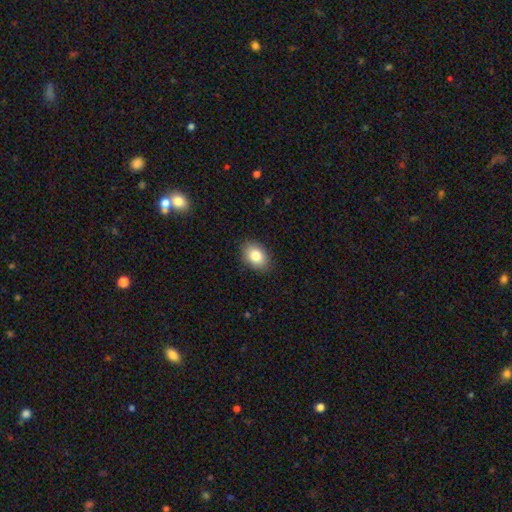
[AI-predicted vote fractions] smooth-or-featured: smooth: 83% | featured or disk: 9% | star or artifact: 8%
  how-rounded: in between: 78% | round: 21% | cigar-shaped: 1%
  merging: none: 87% | minor disturbance: 10% | major disturbance: 2% | merger: 1%